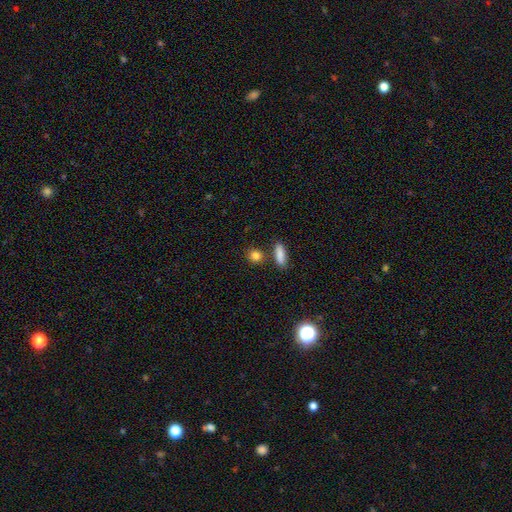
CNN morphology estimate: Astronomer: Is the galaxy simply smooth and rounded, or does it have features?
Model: smooth — 85%.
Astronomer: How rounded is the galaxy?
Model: round — 63%.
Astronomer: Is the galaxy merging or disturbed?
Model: none — 80%.